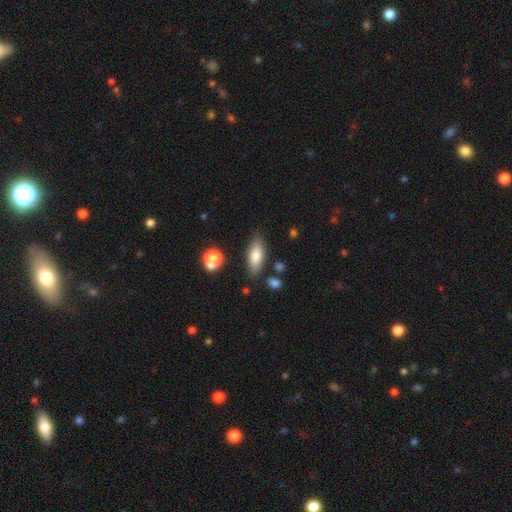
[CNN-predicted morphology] This appears to be a smooth galaxy with no disk features (76%) that is in between round and cigar-shaped (74%). Merging: none (78%).